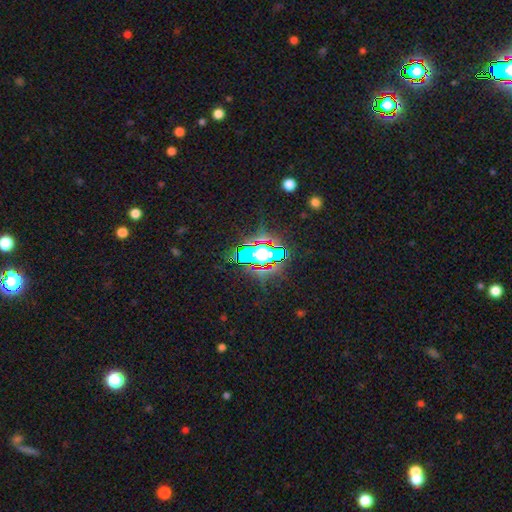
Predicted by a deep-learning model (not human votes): smooth-or-featured: star or artifact: 64% | smooth: 21% | featured or disk: 15%